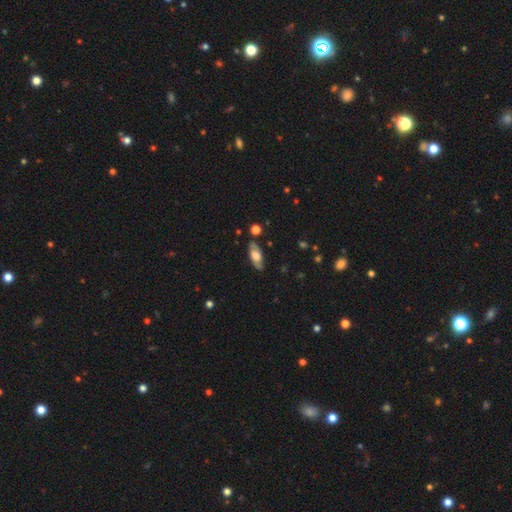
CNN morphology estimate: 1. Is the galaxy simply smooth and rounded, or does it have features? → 51% featured or disk, 42% smooth, 6% star or artifact.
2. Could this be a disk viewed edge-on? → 70% no, 30% yes.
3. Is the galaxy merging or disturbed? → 81% none, 14% minor disturbance, 3% major disturbance, 2% merger.